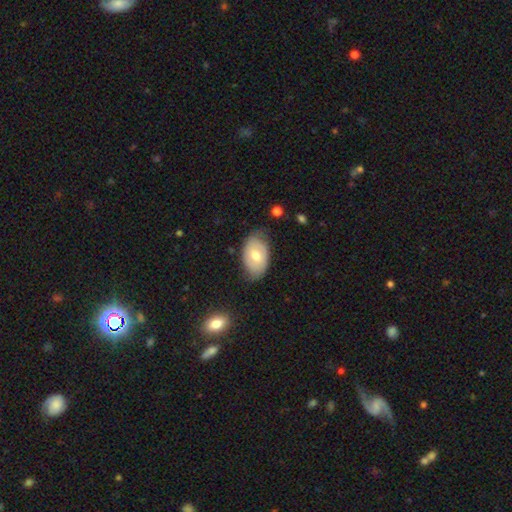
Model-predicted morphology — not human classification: smooth-or-featured: smooth: 60% | featured or disk: 33% | star or artifact: 7%
  how-rounded: in between: 91% | round: 8% | cigar-shaped: 1%
  merging: none: 66% | minor disturbance: 27% | major disturbance: 5% | merger: 2%